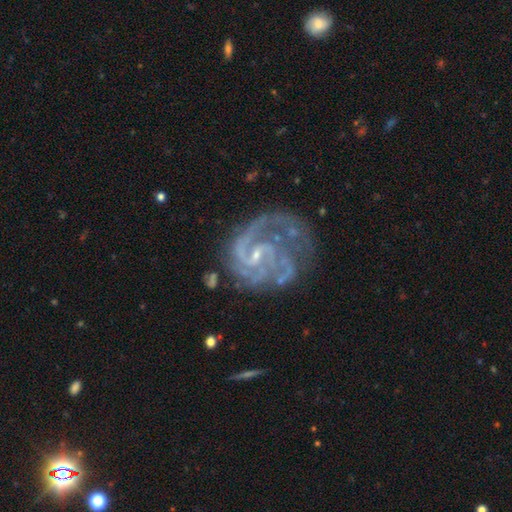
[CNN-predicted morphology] This appears to be a featured or disk galaxy (91%) with a weak bar (53%), 2 (40%) medium (48%) spiral arms (97%) and a small central bulge (74%). Merging: none (48%).